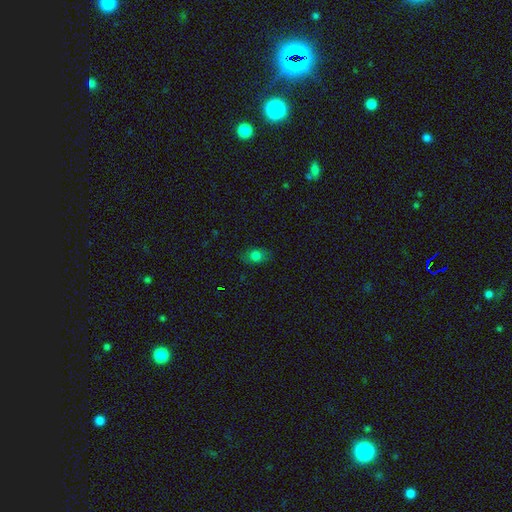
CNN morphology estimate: Smooth or featured? smooth (76%)
How rounded? in between (68%)
Merging? none (81%)